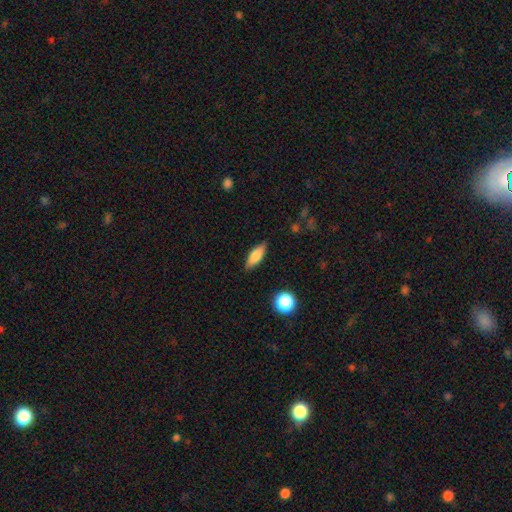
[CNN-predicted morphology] Smooth or featured? smooth (76%)
How rounded? in between (63%)
Merging? none (86%)